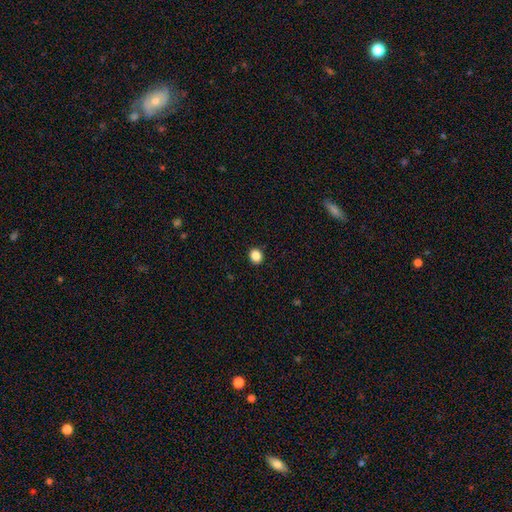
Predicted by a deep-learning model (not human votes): A smooth galaxy with no disk features (86%) that is round (75%). Merging: none (92%).